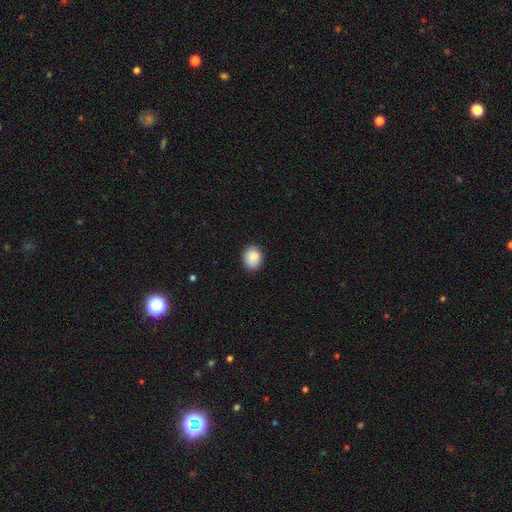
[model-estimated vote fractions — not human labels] This is clearly a smooth galaxy (87%). How rounded: possibly round (53%). Merging: clearly none (84%).